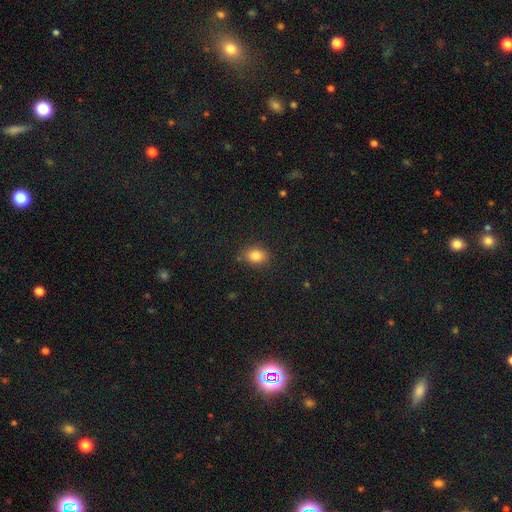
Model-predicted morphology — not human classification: This is clearly a smooth galaxy (84%). How rounded: likely in between (67%). Merging: clearly none (83%).